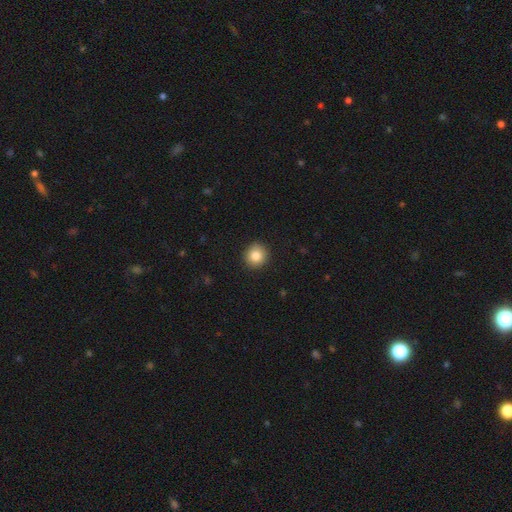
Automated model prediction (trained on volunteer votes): smooth-or-featured: smooth: 84% | star or artifact: 9% | featured or disk: 7%
  how-rounded: round: 91% | in between: 8% | cigar-shaped: 1%
  merging: none: 92% | minor disturbance: 6% | major disturbance: 2% | merger: 1%